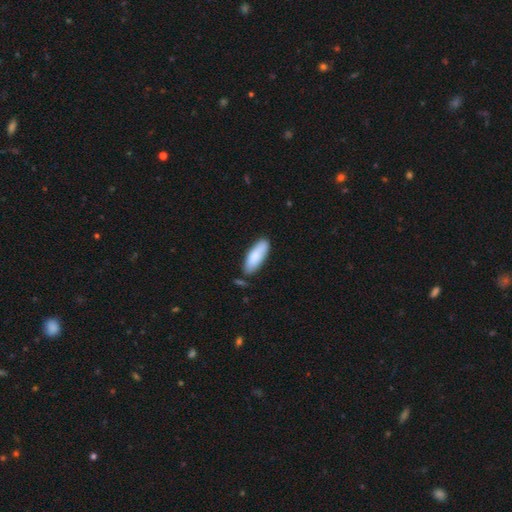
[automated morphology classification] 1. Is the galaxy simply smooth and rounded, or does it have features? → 86% smooth, 9% featured or disk, 5% star or artifact.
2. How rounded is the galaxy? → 64% in between, 35% cigar-shaped, 2% round.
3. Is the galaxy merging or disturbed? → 76% none, 16% minor disturbance, 5% merger, 3% major disturbance.